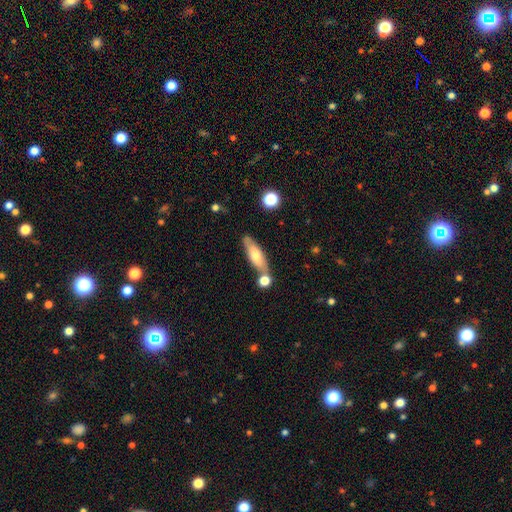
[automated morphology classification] Smooth or featured? smooth (58%)
How rounded? cigar-shaped (52%)
Merging? none (66%)